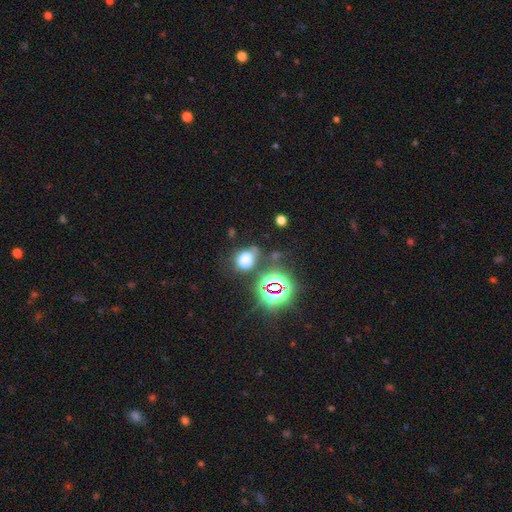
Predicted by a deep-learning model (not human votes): Smooth or featured? Predicted: star or artifact (p=0.70).